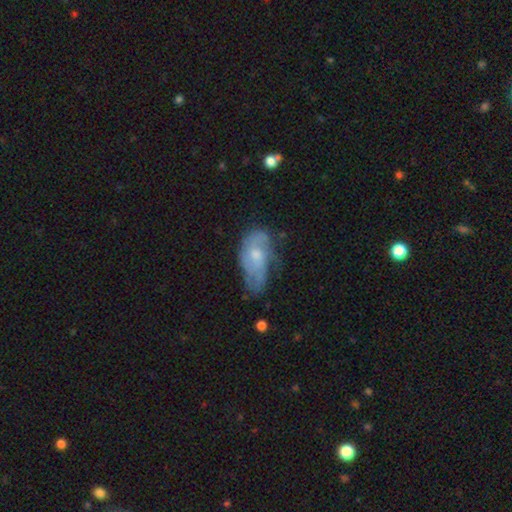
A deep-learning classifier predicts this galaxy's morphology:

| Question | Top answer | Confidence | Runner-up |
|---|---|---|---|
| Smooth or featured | featured or disk | 55% | smooth (37%) |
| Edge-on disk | no | 93% | yes (7%) |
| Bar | no | 75% | weak (22%) |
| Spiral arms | yes | 66% | no (34%) |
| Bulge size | moderate | 48% | small (42%) |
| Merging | none | 37% | minor disturbance (35%) |